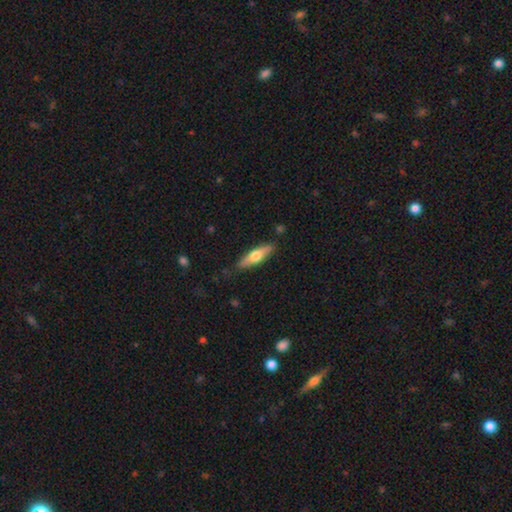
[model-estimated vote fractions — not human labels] smooth_or_featured: smooth (p=0.54) [alt: featured or disk p=0.41]
how_rounded: cigar-shaped (p=0.63) [alt: in between p=0.35]
merging: none (p=0.84) [alt: minor disturbance p=0.12]